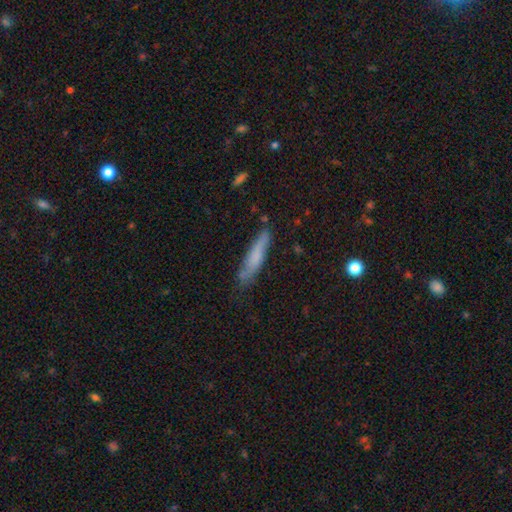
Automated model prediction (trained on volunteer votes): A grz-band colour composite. It shows a smooth galaxy with no disk features (65%) that is cigar-shaped (87%). Merging: none (75%).